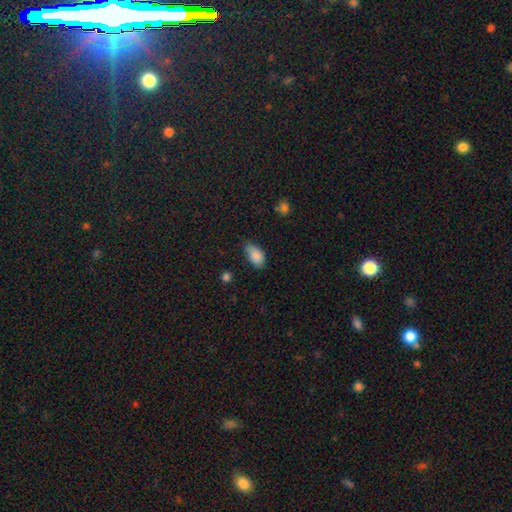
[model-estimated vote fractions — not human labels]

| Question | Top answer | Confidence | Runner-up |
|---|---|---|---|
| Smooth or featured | smooth | 85% | star or artifact (8%) |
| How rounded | in between | 91% | round (6%) |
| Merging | none | 54% | minor disturbance (38%) |